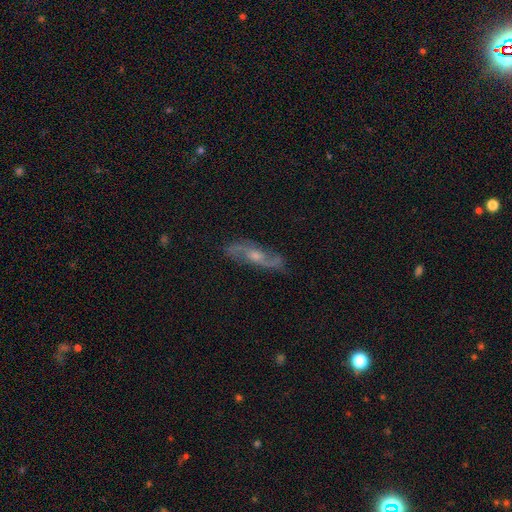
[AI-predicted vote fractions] Smooth or featured? Predicted: featured or disk (p=0.79). Edge-on disk? Predicted: no (p=0.80). Bar? Predicted: no (p=0.56). Spiral arms? Predicted: yes (p=0.94). Spiral winding? Predicted: loose (p=0.46). Spiral arm count? Predicted: 2 (p=0.89). Bulge size? Predicted: moderate (p=0.57). Merging? Predicted: none (p=0.80).